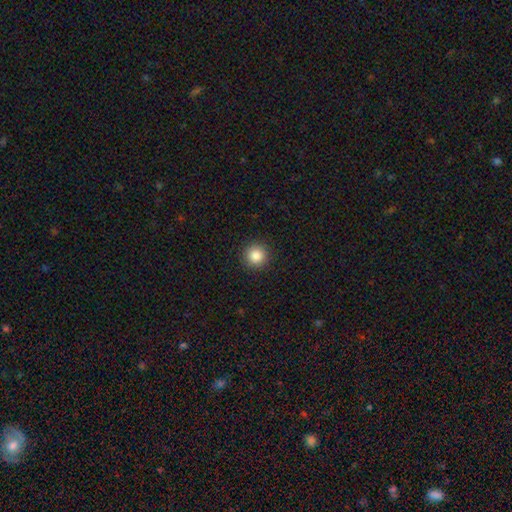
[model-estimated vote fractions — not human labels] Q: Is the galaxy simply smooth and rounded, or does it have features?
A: smooth — 85%.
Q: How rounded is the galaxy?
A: round — 95%.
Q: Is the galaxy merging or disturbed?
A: none — 92%.